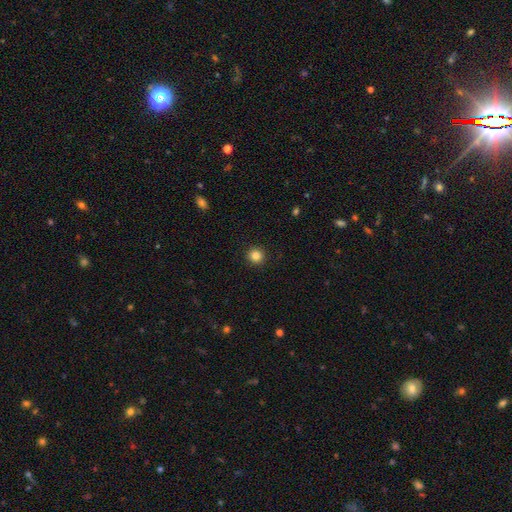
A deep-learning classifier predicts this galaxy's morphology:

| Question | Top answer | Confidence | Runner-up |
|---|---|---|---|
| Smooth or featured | smooth | 84% | star or artifact (12%) |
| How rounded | round | 95% | in between (4%) |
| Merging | none | 93% | minor disturbance (5%) |